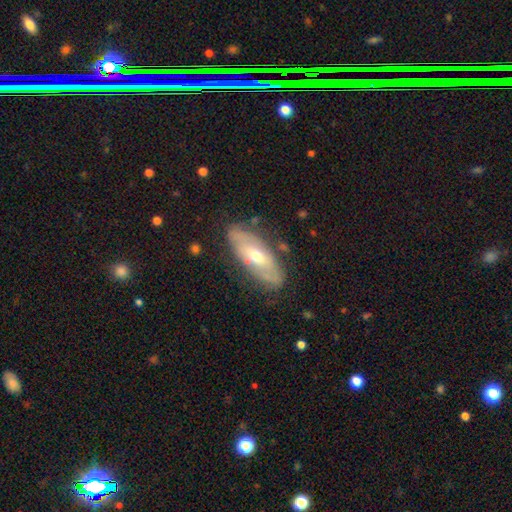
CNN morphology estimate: Smooth or featured? Predicted: featured or disk (p=0.61). Edge-on disk? Predicted: no (p=0.78). Merging? Predicted: none (p=0.78).